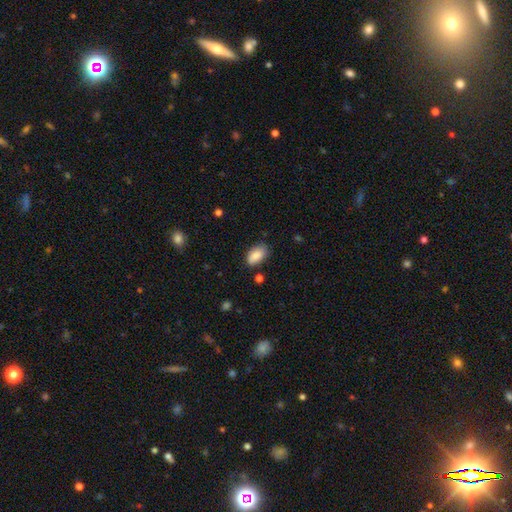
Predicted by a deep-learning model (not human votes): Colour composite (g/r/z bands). It shows a smooth galaxy with no disk features (87%) that is in between round and cigar-shaped (93%). Merging: none (73%).